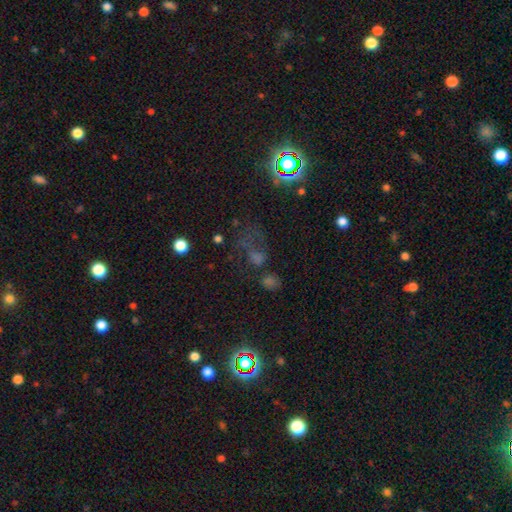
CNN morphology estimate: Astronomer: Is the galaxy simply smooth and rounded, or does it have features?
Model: star or artifact — 51% (runner-up: smooth, 29%).